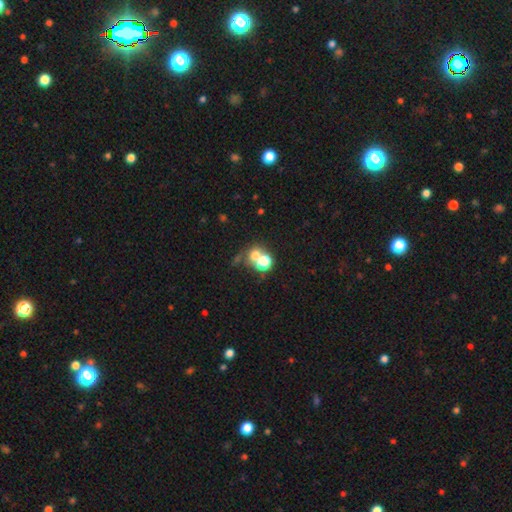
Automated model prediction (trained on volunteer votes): Overall: smooth (61%; star or artifact 24%). How rounded: round (73%). Merging: merger (45%; none 39%).